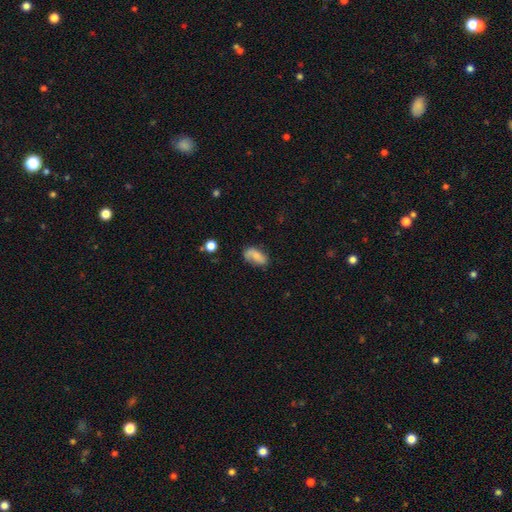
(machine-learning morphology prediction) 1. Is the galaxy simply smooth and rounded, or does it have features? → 65% smooth, 26% featured or disk, 9% star or artifact.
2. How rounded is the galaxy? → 89% in between, 6% cigar-shaped, 5% round.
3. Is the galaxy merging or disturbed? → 55% none, 29% minor disturbance, 13% major disturbance, 4% merger.